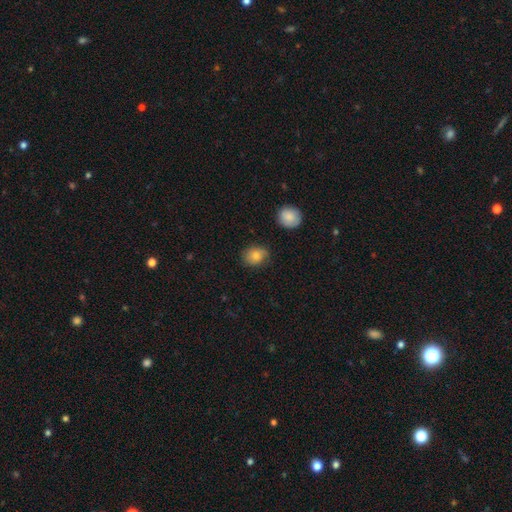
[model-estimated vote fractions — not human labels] Smooth or featured? smooth (79%)
How rounded? in between (50%)
Merging? none (72%)